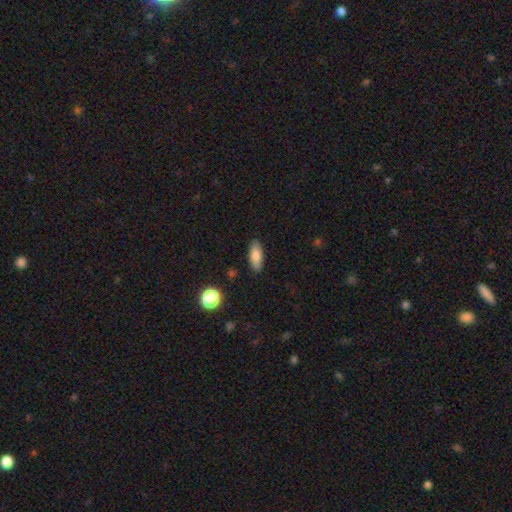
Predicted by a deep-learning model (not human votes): Smooth or featured? smooth (82%)
How rounded? in between (77%)
Merging? none (87%)